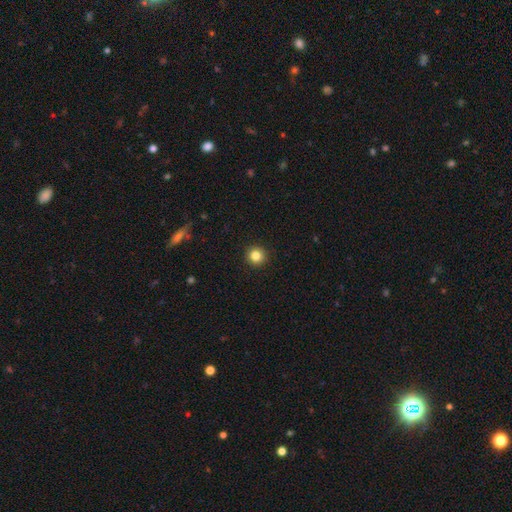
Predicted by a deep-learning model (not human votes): The model was most divided on "smooth or featured": smooth: 84%, star or artifact: 11%, featured or disk: 5%. More confident: how rounded — round (95%); merging — none (93%).